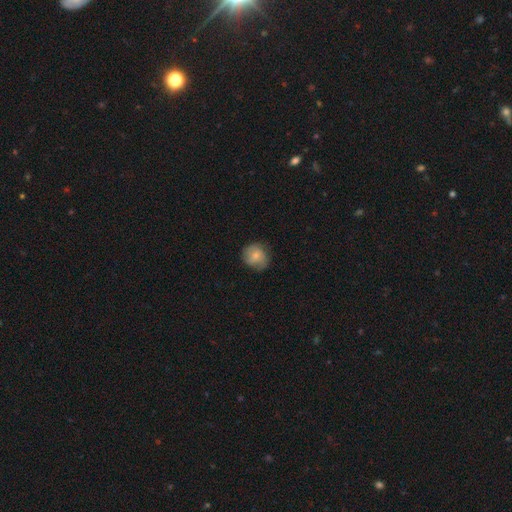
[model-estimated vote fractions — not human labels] Smooth or featured?
  - smooth: 73% *
  - featured or disk: 19%
  - star or artifact: 8%
How rounded?
  - round: 84% *
  - in between: 15%
  - cigar-shaped: 1%
Merging?
  - none: 74% *
  - minor disturbance: 20%
  - major disturbance: 5%
  - merger: 1%